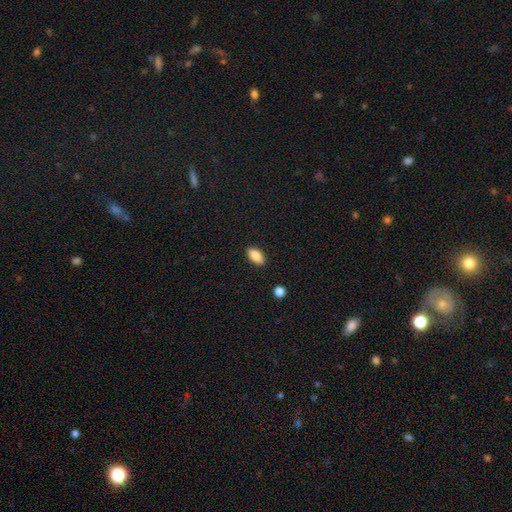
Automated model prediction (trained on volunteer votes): This appears to be a smooth galaxy with no disk features (87%) that is in between round and cigar-shaped (91%). Merging: none (89%).